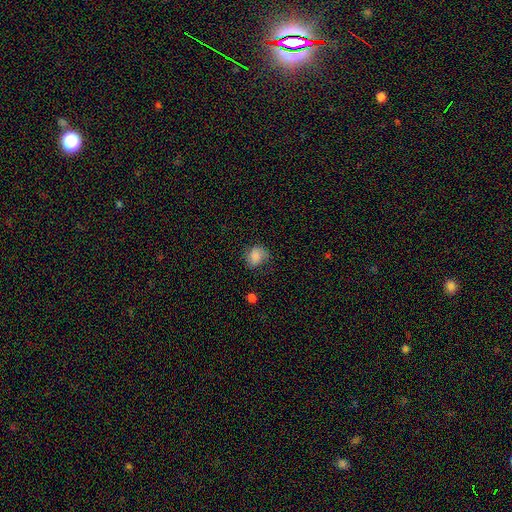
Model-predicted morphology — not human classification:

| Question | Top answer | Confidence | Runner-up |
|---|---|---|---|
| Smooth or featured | smooth | 80% | featured or disk (11%) |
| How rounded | round | 60% | in between (39%) |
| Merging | none | 62% | minor disturbance (27%) |